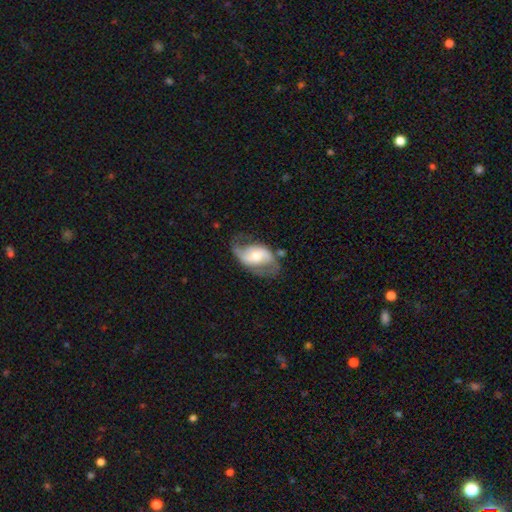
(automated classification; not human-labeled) Smooth or featured: featured or disk — 75% (smooth — 19%)
Edge-on disk: no — 96% (yes — 4%)
Bar: no — 42% (weak — 40%)
Spiral arms: yes — 87% (no — 13%)
Spiral winding: loose — 52% (medium — 37%)
Spiral arm count: 2 — 79% (1 — 12%)
Bulge size: moderate — 60% (small — 28%)
Merging: none — 53% (minor disturbance — 24%)